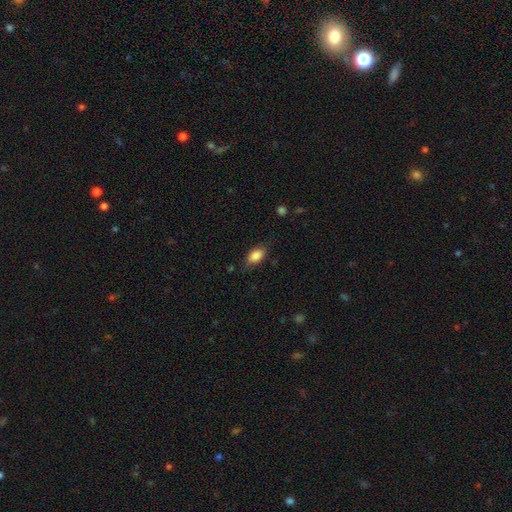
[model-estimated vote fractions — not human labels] smooth 85%, featured or disk 8%, star or artifact 7%. Down the decision tree: how rounded — in between (89%); merging — none (74%).